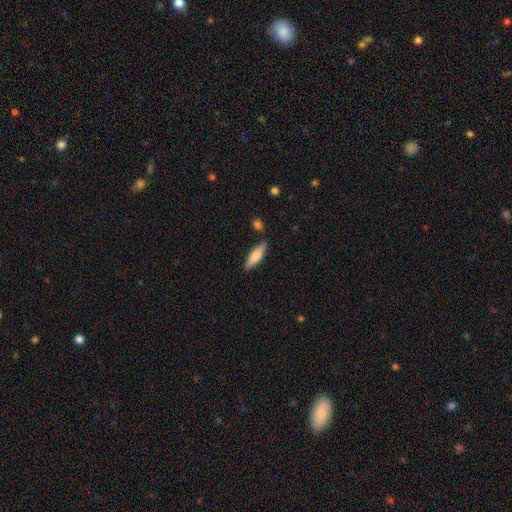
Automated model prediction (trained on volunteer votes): This appears to be a smooth galaxy with no disk features (74%) that is cigar-shaped (58%). Merging: none (83%).